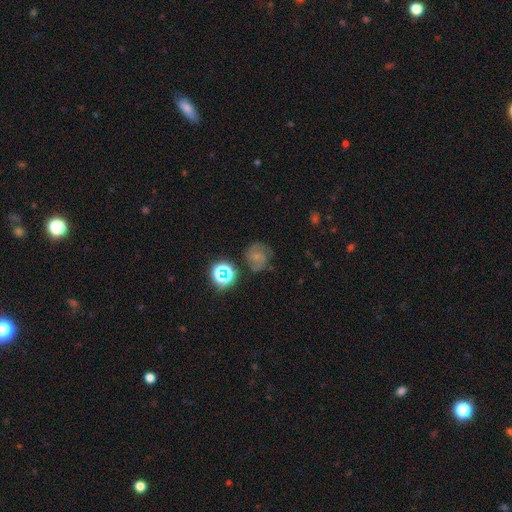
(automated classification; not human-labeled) smooth-or-featured: featured or disk: 47% | smooth: 34% | star or artifact: 20%
  merging: none: 66% | minor disturbance: 20% | major disturbance: 9% | merger: 5%